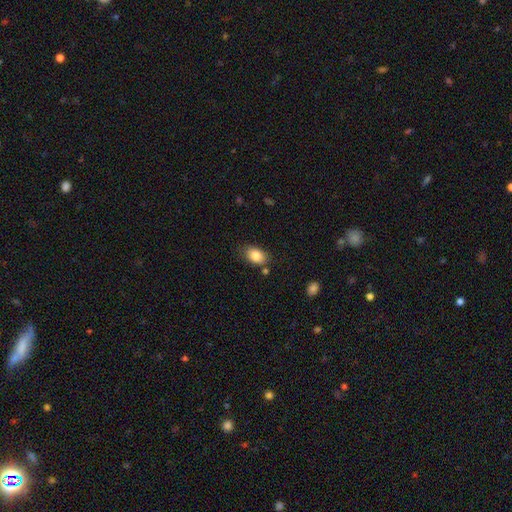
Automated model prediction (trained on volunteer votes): Smooth or featured? Predicted: smooth (p=0.85). How rounded? Predicted: in between (p=0.84). Merging? Predicted: none (p=0.75).